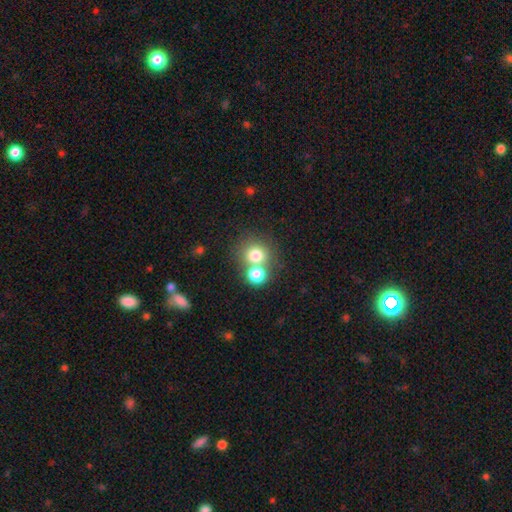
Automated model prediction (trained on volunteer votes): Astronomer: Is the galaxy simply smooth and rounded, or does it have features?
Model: smooth — 74%.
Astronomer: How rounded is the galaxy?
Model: round — 86%.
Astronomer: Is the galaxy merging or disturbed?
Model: none — 49% (runner-up: merger, 41%).